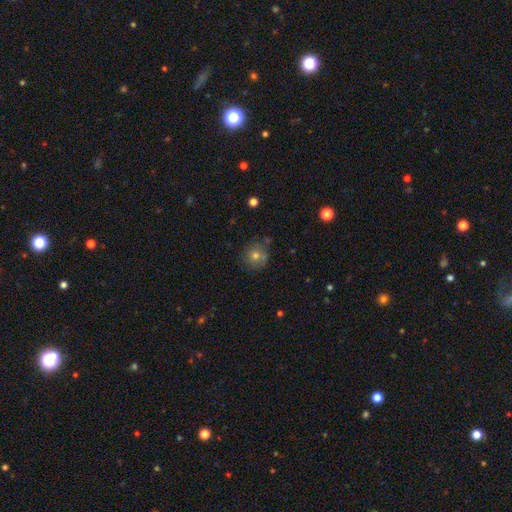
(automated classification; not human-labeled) The model was most divided on "smooth or featured": smooth: 70%, featured or disk: 17%, star or artifact: 13%. More confident: how rounded — round (88%); merging — none (73%).